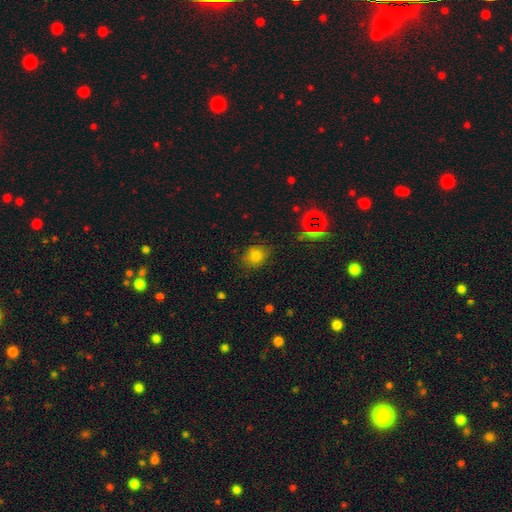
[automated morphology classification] Smooth or featured: smooth — 75% (star or artifact — 18%)
How rounded: round — 66% (in between — 33%)
Merging: none — 75% (minor disturbance — 18%)